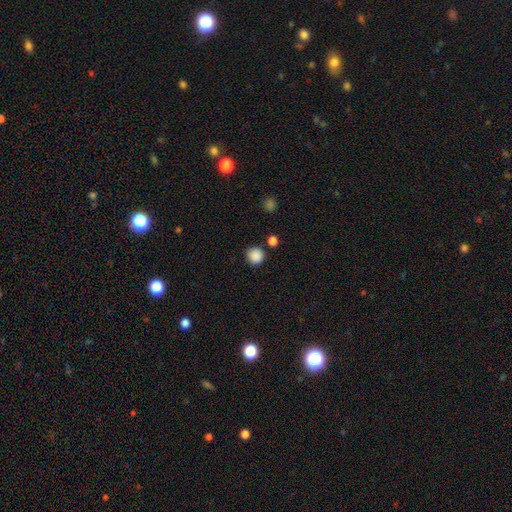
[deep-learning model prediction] Smooth or featured? Predicted: smooth (p=0.87). How rounded? Predicted: round (p=0.93). Merging? Predicted: none (p=0.84).